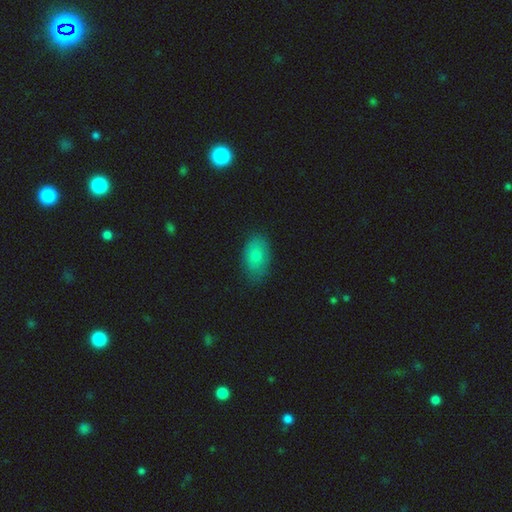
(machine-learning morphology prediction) Q: Smooth or featured?
A: smooth (80%); runner-up: featured or disk (12%)
Q: How rounded?
A: in between (91%); runner-up: round (7%)
Q: Merging?
A: none (79%); runner-up: minor disturbance (16%)